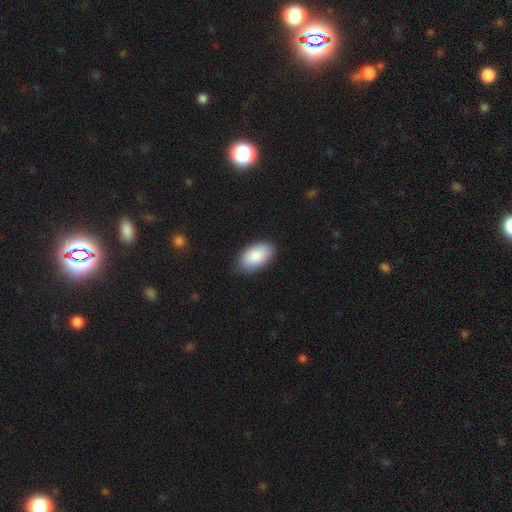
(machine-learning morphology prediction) smooth-or-featured: smooth: 88% | featured or disk: 6% | star or artifact: 6%
  how-rounded: in between: 95% | round: 3% | cigar-shaped: 2%
  merging: none: 84% | minor disturbance: 12% | major disturbance: 2% | merger: 1%